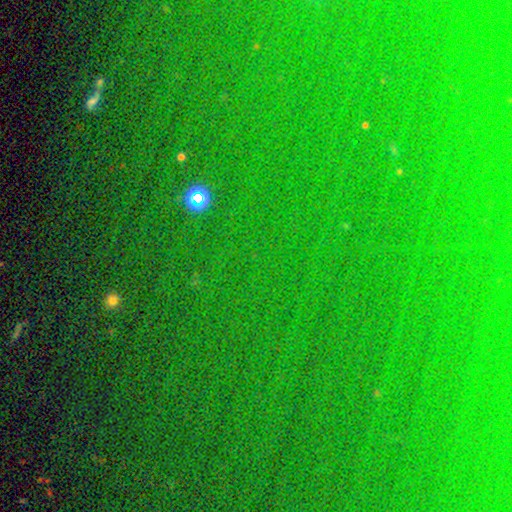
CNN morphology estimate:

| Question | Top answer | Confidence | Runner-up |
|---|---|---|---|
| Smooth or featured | star or artifact | 80% | smooth (12%) |